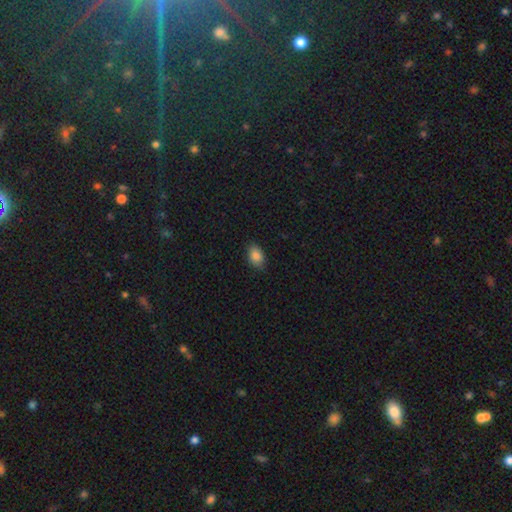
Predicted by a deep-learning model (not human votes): Smooth or featured? smooth (87%)
How rounded? in between (84%)
Merging? none (83%)